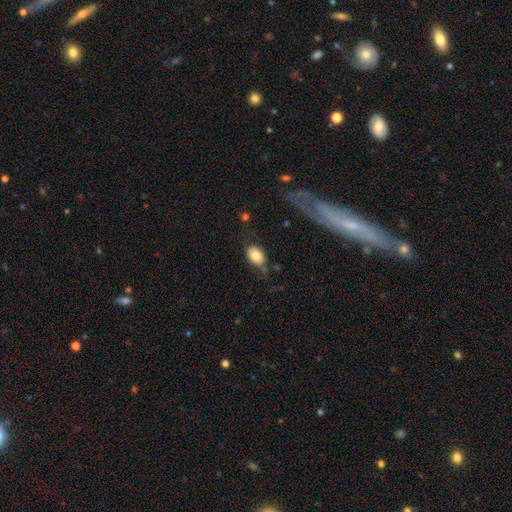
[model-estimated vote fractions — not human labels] A smooth galaxy with no disk features (76%) that is in between round and cigar-shaped (81%).

Vote fractions:
- Smooth or featured? smooth: 76% / featured or disk: 16% / star or artifact: 7%
- How rounded? in between: 81% / round: 18% / cigar-shaped: 1%
- Merging? none: 70% / minor disturbance: 19% / major disturbance: 7% / merger: 4%